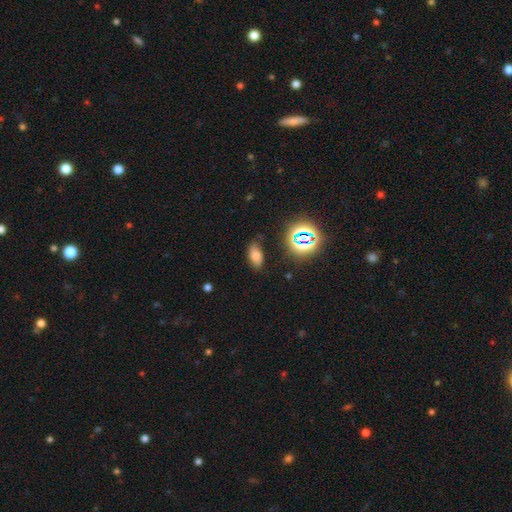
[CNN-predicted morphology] Overall: smooth (68%). How rounded: in between (90%). Merging: none (74%).